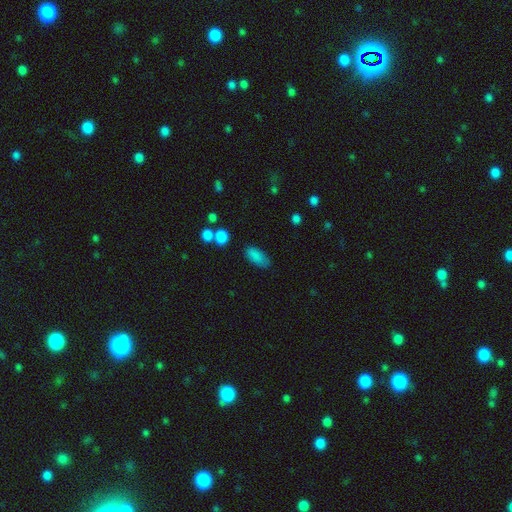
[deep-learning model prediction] Overall: smooth (85%). How rounded: in between (86%). Merging: none (74%).